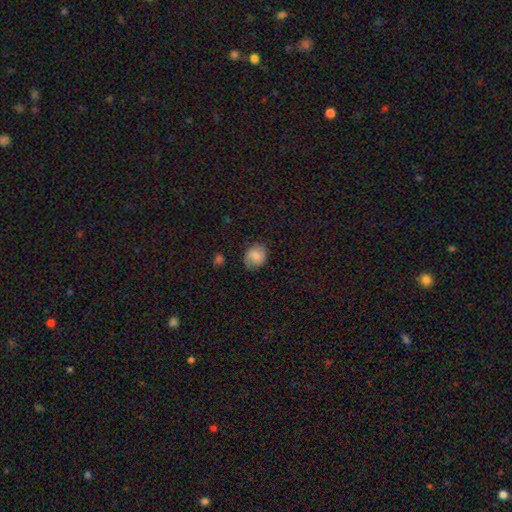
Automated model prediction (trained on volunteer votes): Morphology: type=smooth (79%); roundness=round (63%); merging=none (76%).